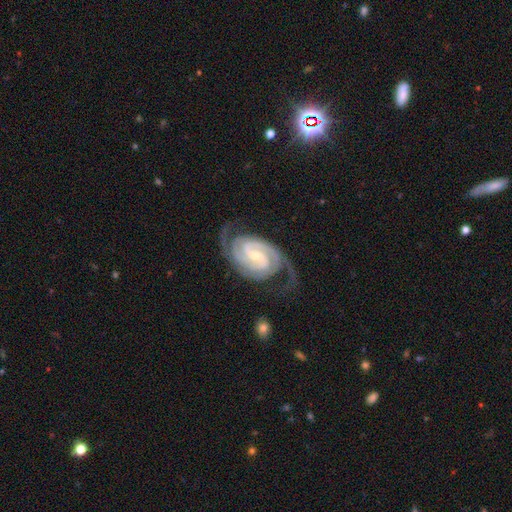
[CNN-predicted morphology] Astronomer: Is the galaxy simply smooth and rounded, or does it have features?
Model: featured or disk — 94%.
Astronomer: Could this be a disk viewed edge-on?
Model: no — 98%.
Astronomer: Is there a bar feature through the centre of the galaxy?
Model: weak — 45% (runner-up: strong, 29%).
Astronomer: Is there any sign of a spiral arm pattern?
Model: yes — 99%.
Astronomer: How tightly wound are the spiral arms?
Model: tight — 71%.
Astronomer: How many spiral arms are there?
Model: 2 — 77%.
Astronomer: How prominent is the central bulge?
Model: small — 57% (runner-up: moderate, 39%).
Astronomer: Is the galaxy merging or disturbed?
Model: none — 73%.